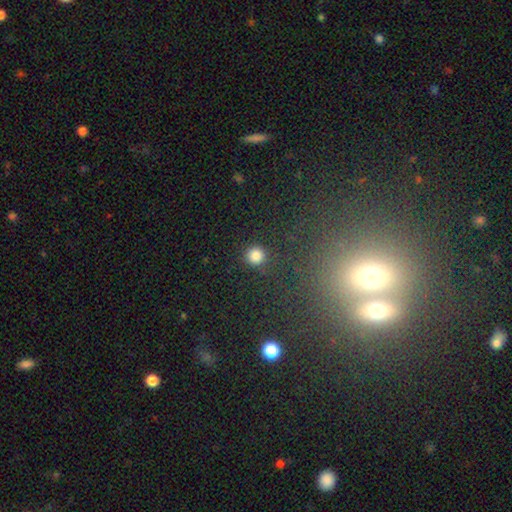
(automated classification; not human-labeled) Smooth or featured?
  - smooth: 82% *
  - star or artifact: 14%
  - featured or disk: 4%
How rounded?
  - round: 95% *
  - in between: 4%
  - cigar-shaped: 1%
Merging?
  - none: 89% *
  - minor disturbance: 7%
  - major disturbance: 3%
  - merger: 2%